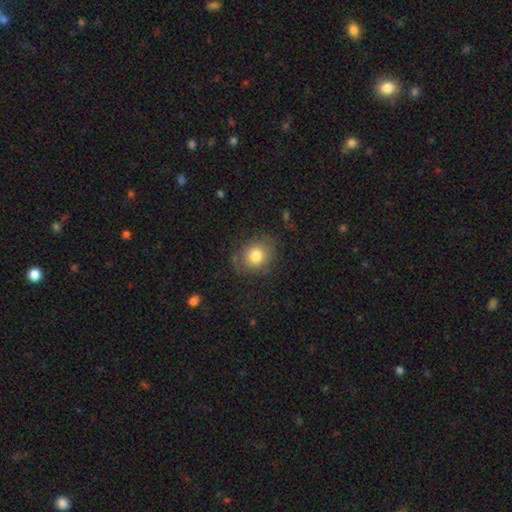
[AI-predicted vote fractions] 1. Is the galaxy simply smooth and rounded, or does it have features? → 80% smooth, 11% featured or disk, 9% star or artifact.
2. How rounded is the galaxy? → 66% round, 34% in between, 1% cigar-shaped.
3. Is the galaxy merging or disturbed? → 76% none, 16% minor disturbance, 6% major disturbance, 2% merger.